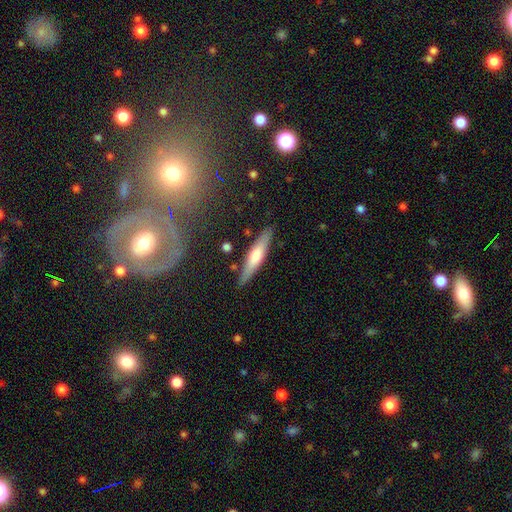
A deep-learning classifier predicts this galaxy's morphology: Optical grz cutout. It shows a smooth galaxy with no disk features (52%) that is cigar-shaped (84%). Merging: none (86%).